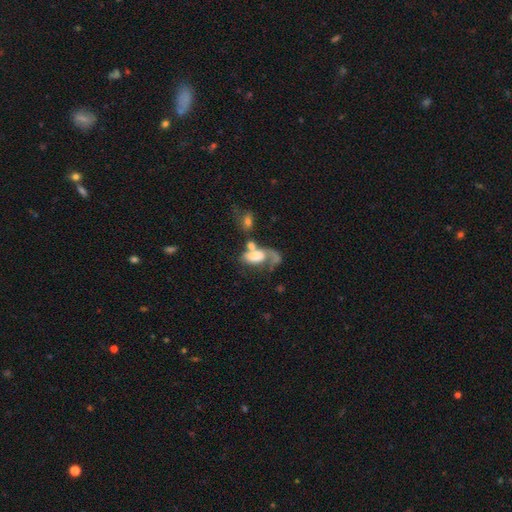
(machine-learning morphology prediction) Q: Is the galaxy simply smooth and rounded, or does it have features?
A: smooth — 55%.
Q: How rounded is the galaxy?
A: in between — 88%.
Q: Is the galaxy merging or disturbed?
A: merger — 42%.